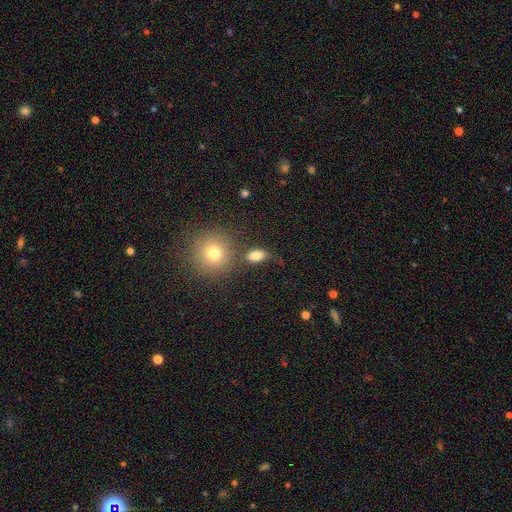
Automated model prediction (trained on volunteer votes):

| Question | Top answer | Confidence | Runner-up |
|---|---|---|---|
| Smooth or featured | smooth | 82% | star or artifact (11%) |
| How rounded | in between | 80% | round (17%) |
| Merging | none | 66% | minor disturbance (16%) |